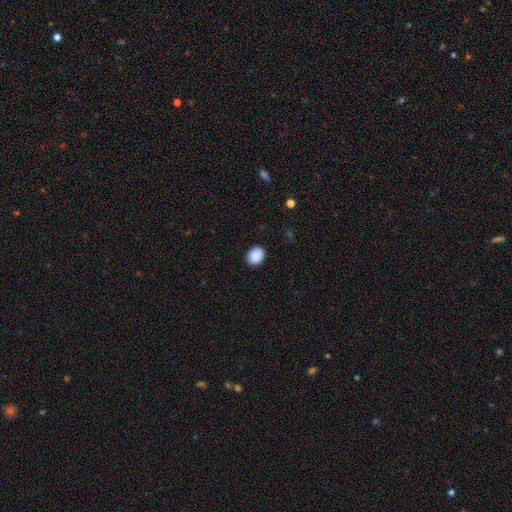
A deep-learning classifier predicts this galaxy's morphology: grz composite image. It shows a smooth galaxy with no disk features (90%) that is in between round and cigar-shaped (59%). Merging: none (88%).